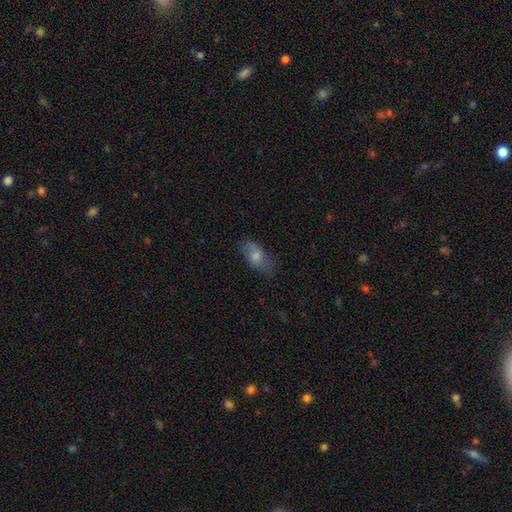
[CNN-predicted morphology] Smooth or featured: smooth — 61% (featured or disk — 28%)
How rounded: in between — 85% (cigar-shaped — 8%)
Merging: none — 68% (minor disturbance — 22%)